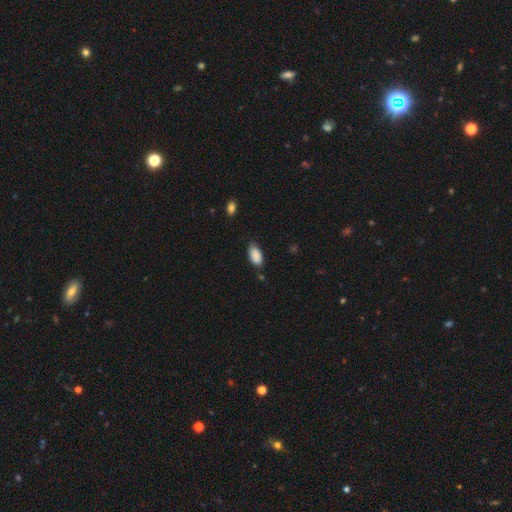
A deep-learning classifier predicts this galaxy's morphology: smooth_or_featured: smooth (p=0.89) [alt: star or artifact p=0.07]
how_rounded: in between (p=0.94) [alt: cigar-shaped p=0.04]
merging: none (p=0.73) [alt: minor disturbance p=0.21]